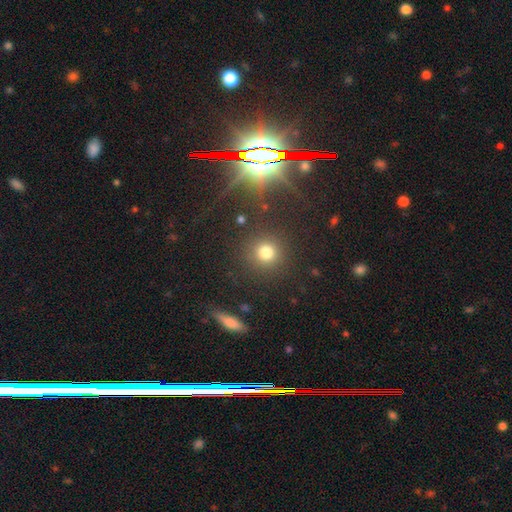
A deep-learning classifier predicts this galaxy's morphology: Smooth or featured? smooth (53%)
How rounded? round (88%)
Merging? none (89%)